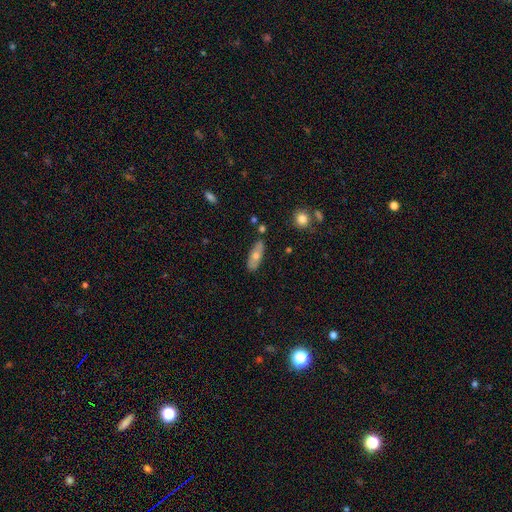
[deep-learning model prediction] The model was most divided on "smooth or featured": smooth: 56%, featured or disk: 36%, star or artifact: 8%. More confident: merging — none (81%); how rounded — in between (64%).